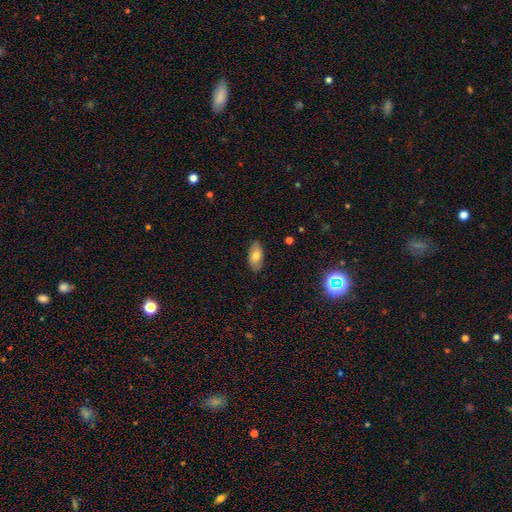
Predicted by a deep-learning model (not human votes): Smooth or featured? Predicted: smooth (p=0.75). How rounded? Predicted: in between (p=0.92). Merging? Predicted: none (p=0.86).